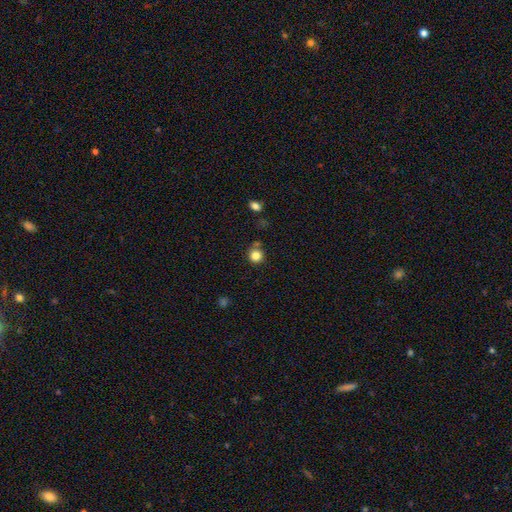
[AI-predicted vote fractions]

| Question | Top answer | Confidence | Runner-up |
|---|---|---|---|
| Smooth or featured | smooth | 83% | star or artifact (11%) |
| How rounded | round | 91% | in between (8%) |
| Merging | none | 75% | minor disturbance (12%) |